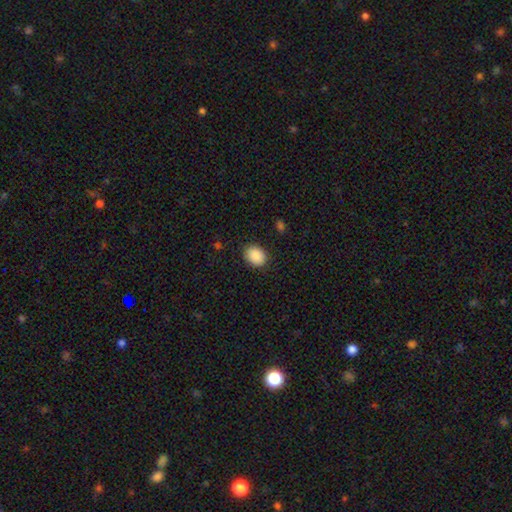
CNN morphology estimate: Smooth or featured? smooth (89%)
How rounded? in between (61%)
Merging? none (88%)